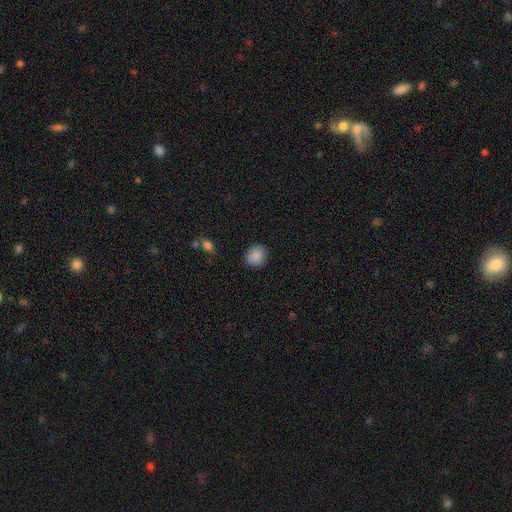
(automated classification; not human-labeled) A smooth galaxy with no disk features (89%) that is round (82%).

Vote fractions:
- Smooth or featured? smooth: 89% / star or artifact: 8% / featured or disk: 3%
- How rounded? round: 82% / in between: 17% / cigar-shaped: 1%
- Merging? none: 89% / minor disturbance: 7% / major disturbance: 2% / merger: 1%